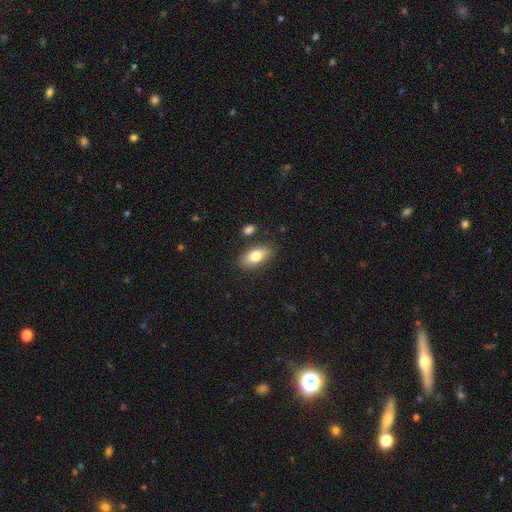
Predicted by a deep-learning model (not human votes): smooth-or-featured: smooth: 79% | featured or disk: 14% | star or artifact: 7%
  how-rounded: in between: 89% | cigar-shaped: 7% | round: 4%
  merging: none: 83% | minor disturbance: 10% | merger: 4% | major disturbance: 2%